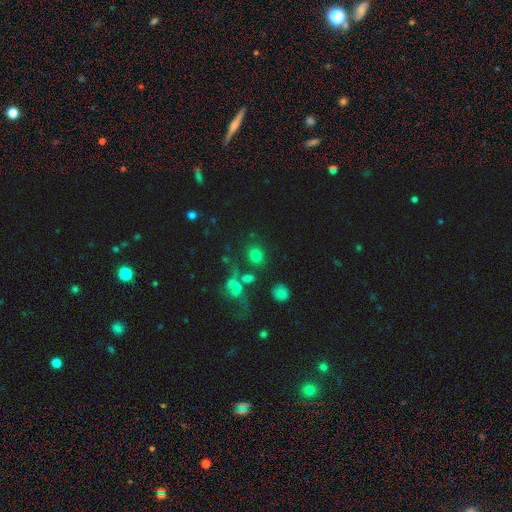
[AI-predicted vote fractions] Smooth or featured? smooth (74%)
How rounded? round (68%)
Merging? none (67%)